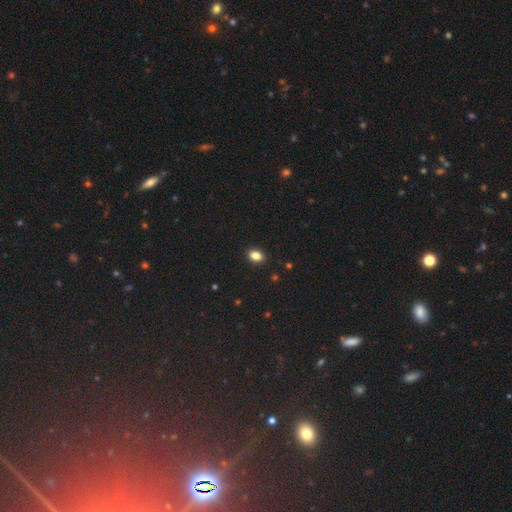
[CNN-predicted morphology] A smooth galaxy with no disk features (84%) that is in between round and cigar-shaped (75%). Merging: none (89%).